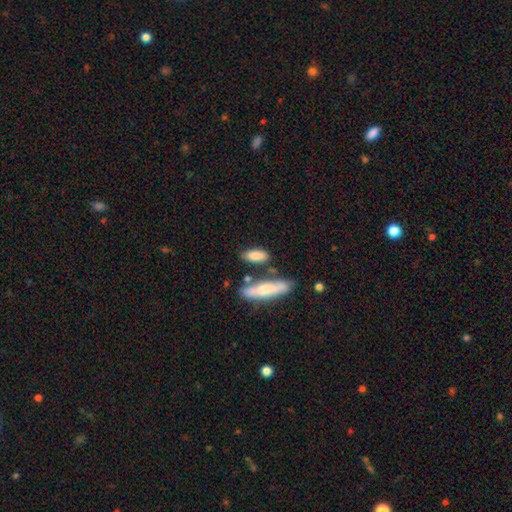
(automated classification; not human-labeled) Morphology: type=smooth (81%); roundness=in between (65%); merging=none (64%).